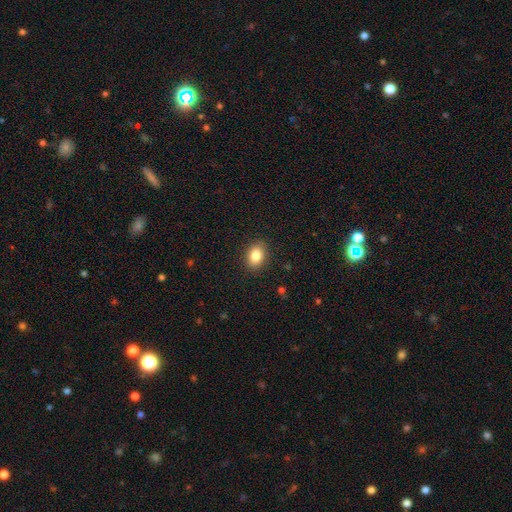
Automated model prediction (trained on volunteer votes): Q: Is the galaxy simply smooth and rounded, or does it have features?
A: smooth — 84%.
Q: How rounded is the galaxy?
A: in between — 75%.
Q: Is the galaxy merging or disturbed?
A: none — 89%.